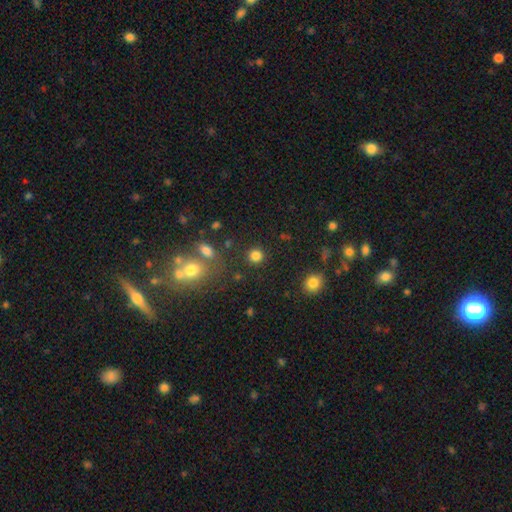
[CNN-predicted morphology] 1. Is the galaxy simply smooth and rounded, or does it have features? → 83% smooth, 13% star or artifact, 5% featured or disk.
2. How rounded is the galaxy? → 90% round, 9% in between, 1% cigar-shaped.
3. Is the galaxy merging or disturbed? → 87% none, 6% minor disturbance, 4% merger, 3% major disturbance.